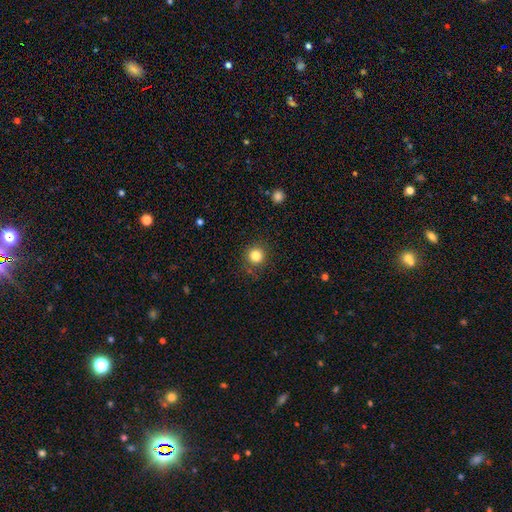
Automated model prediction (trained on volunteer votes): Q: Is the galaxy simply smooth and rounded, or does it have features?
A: smooth — 83%.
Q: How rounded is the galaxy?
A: round — 93%.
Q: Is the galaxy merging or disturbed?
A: none — 88%.